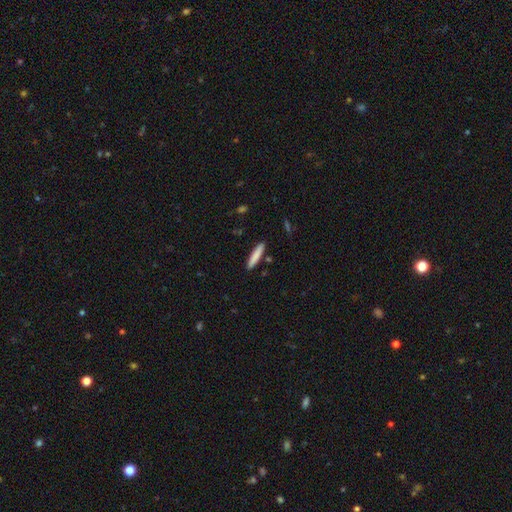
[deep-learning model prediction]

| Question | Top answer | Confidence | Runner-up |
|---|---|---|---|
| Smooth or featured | smooth | 84% | featured or disk (10%) |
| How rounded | cigar-shaped | 90% | in between (9%) |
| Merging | none | 89% | minor disturbance (7%) |